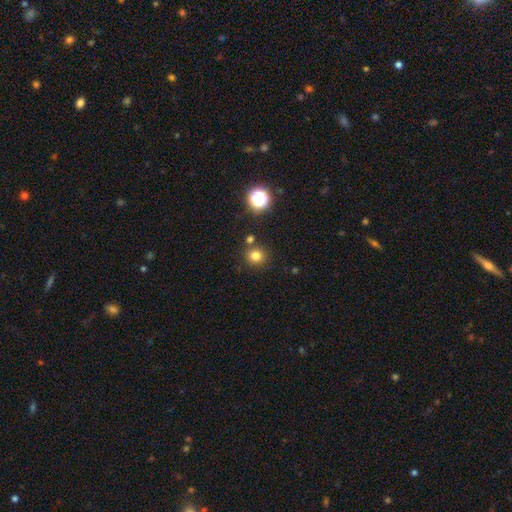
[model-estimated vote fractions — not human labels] Smooth or featured? Predicted: smooth (p=0.77). How rounded? Predicted: round (p=0.87). Merging? Predicted: none (p=0.80).